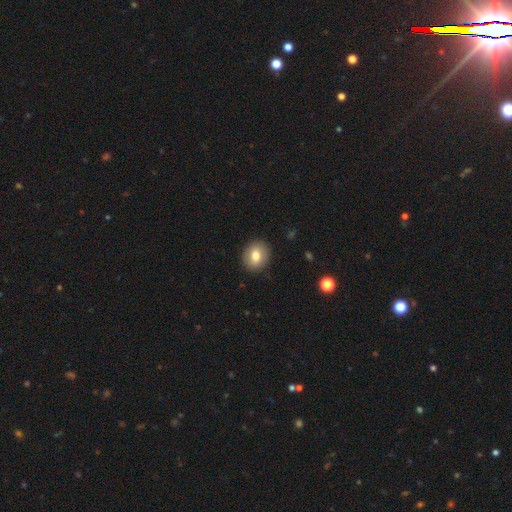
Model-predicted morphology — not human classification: smooth 79%, featured or disk 12%, star or artifact 9%. Down the decision tree: how rounded — round (61%); merging — none (89%).